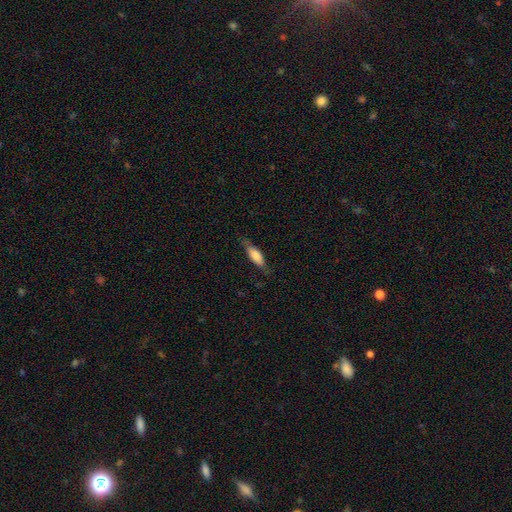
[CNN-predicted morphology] Smooth or featured: smooth — 71% (featured or disk — 23%)
How rounded: in between — 56% (cigar-shaped — 42%)
Merging: none — 71% (minor disturbance — 22%)